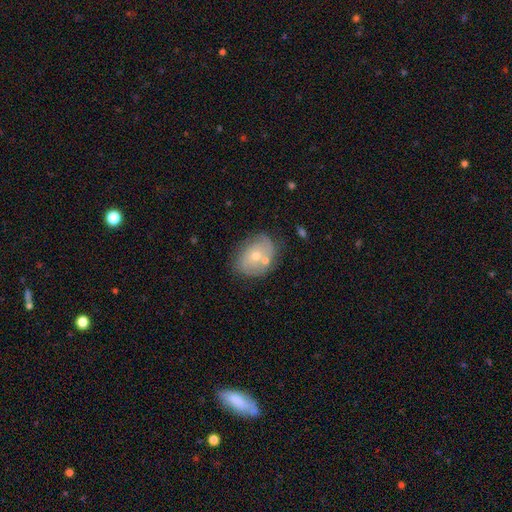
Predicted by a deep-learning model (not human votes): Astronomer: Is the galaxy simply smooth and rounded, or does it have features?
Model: featured or disk — 59%.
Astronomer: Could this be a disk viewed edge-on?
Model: no — 96%.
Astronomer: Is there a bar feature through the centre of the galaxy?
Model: no — 80%.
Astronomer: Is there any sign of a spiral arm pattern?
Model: yes — 71%.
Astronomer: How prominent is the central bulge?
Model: small — 55% (runner-up: moderate, 41%).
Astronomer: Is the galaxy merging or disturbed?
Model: none — 63%.